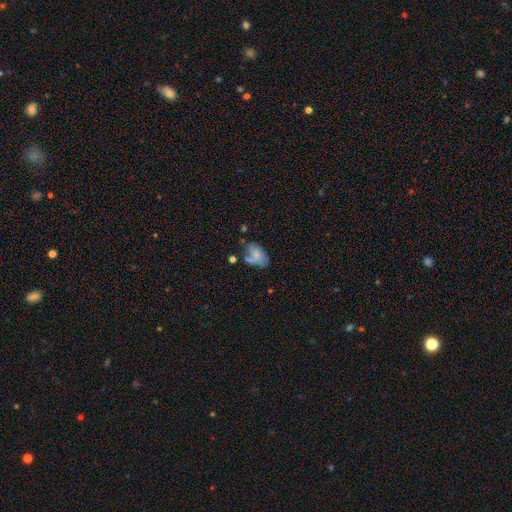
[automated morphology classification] smooth 60%, featured or disk 30%, star or artifact 10%. Down the decision tree: how rounded — in between (90%); merging — none (34%).